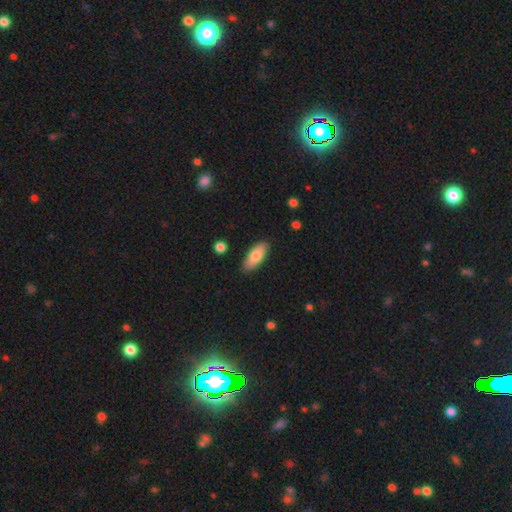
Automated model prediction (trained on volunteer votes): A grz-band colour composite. It shows a smooth galaxy with no disk features (77%) that is in between round and cigar-shaped (80%). Merging: none (88%).